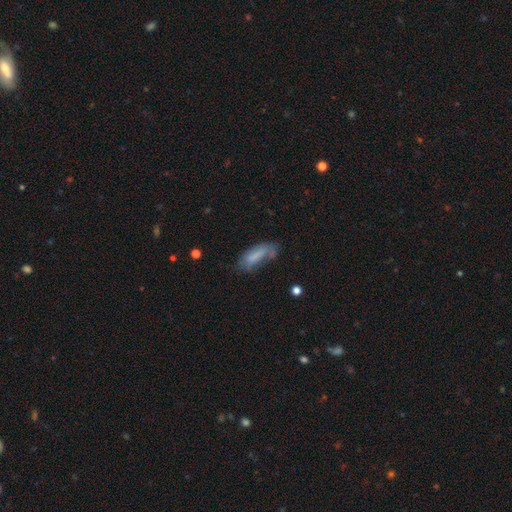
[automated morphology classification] A smooth galaxy with no disk features (72%) that is in between round and cigar-shaped (65%).

Vote fractions:
- Smooth or featured? smooth: 72% / featured or disk: 20% / star or artifact: 8%
- How rounded? in between: 65% / cigar-shaped: 33% / round: 2%
- Merging? none: 45% / minor disturbance: 32% / major disturbance: 18% / merger: 6%